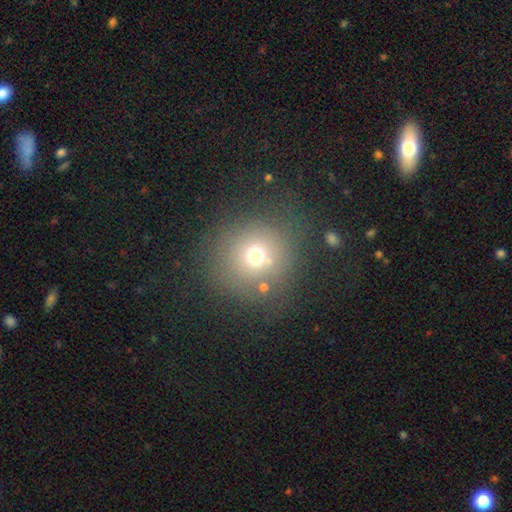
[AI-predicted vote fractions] smooth 67%, star or artifact 20%, featured or disk 12%. Down the decision tree: how rounded — round (89%); merging — none (76%).